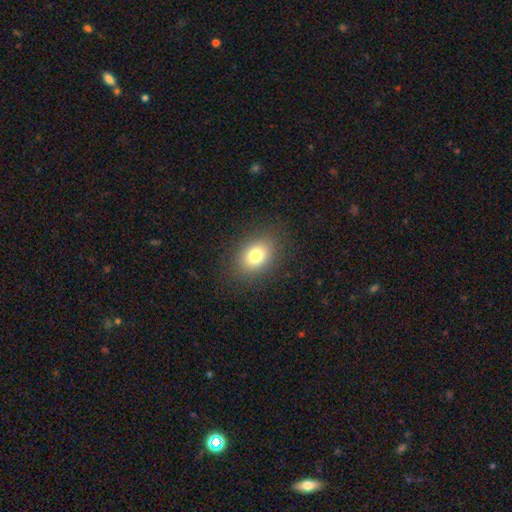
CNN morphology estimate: type=smooth (78%); roundness=in between (66%); merging=none (86%).